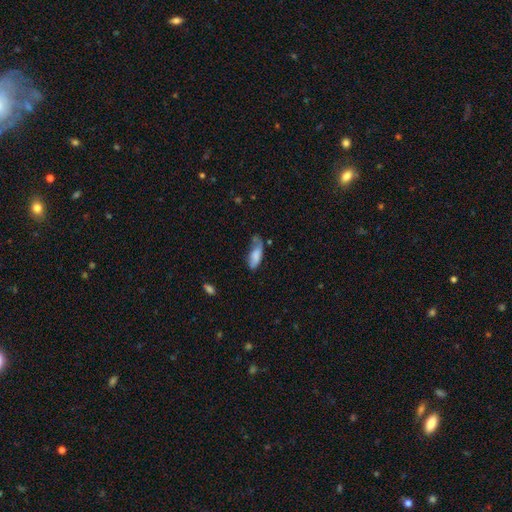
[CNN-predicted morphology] Smooth or featured: smooth — 75% (featured or disk — 18%)
How rounded: in between — 80% (cigar-shaped — 18%)
Merging: minor disturbance — 36% (none — 32%)